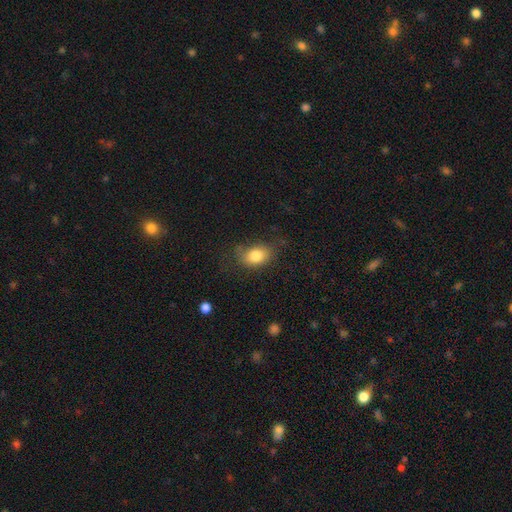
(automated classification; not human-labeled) smooth-or-featured: smooth: 81% | featured or disk: 11% | star or artifact: 9%
  how-rounded: in between: 78% | round: 20% | cigar-shaped: 2%
  merging: none: 60% | minor disturbance: 26% | major disturbance: 12% | merger: 2%